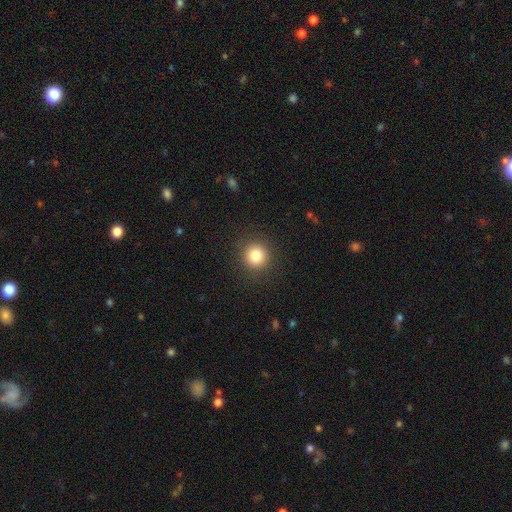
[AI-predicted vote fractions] smooth-or-featured: smooth: 83% | star or artifact: 11% | featured or disk: 6%
  how-rounded: round: 94% | in between: 5% | cigar-shaped: 1%
  merging: none: 90% | minor disturbance: 6% | major disturbance: 3% | merger: 1%